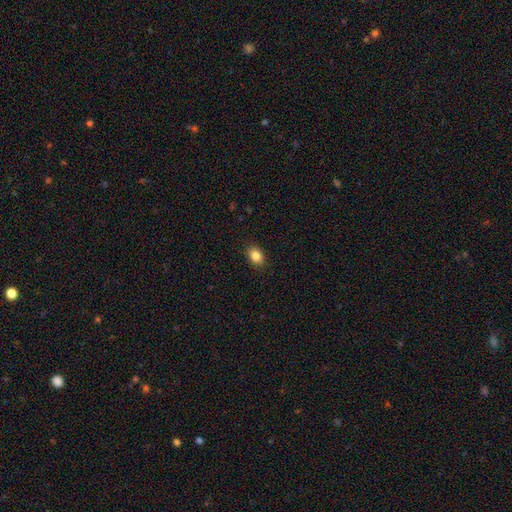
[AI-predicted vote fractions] Smooth or featured?
  - smooth: 85% *
  - star or artifact: 9%
  - featured or disk: 5%
How rounded?
  - in between: 71% *
  - round: 28%
  - cigar-shaped: 1%
Merging?
  - none: 89% *
  - minor disturbance: 8%
  - major disturbance: 2%
  - merger: 1%